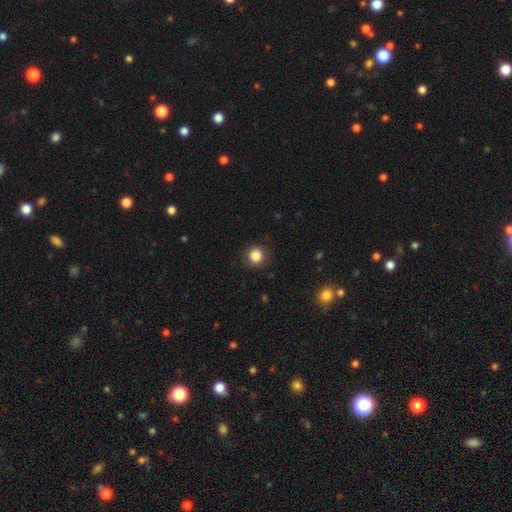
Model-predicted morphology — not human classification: The model was most divided on "smooth or featured": smooth: 85%, star or artifact: 10%, featured or disk: 4%. More confident: how rounded — round (89%); merging — none (87%).